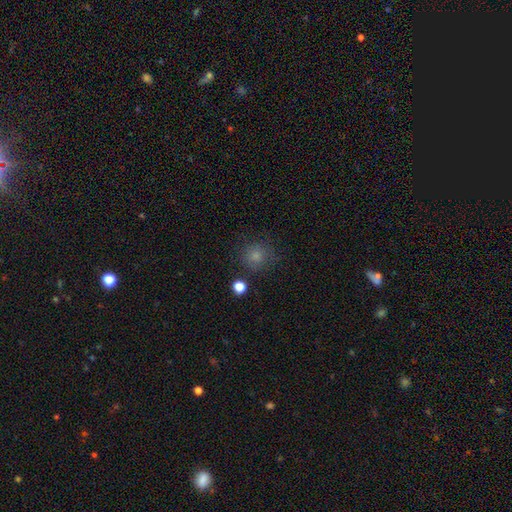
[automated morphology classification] Smooth or featured: smooth — 80% (star or artifact — 14%)
How rounded: round — 90% (in between — 9%)
Merging: none — 79% (minor disturbance — 13%)